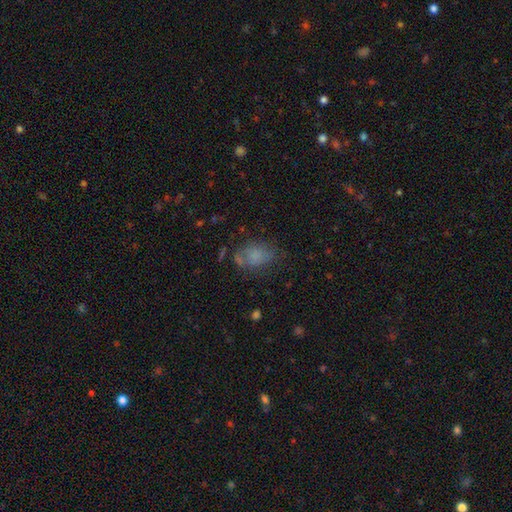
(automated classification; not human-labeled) Morphology: type=smooth (71%); roundness=in between (77%); merging=none (53%).